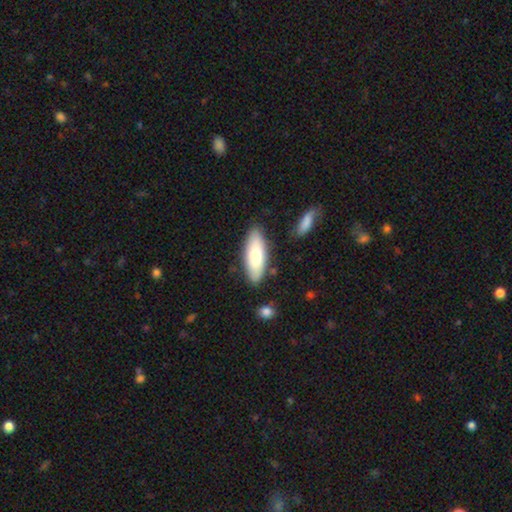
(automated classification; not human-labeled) smooth 78%, featured or disk 17%, star or artifact 5%. Down the decision tree: how rounded — in between (68%); merging — none (82%).